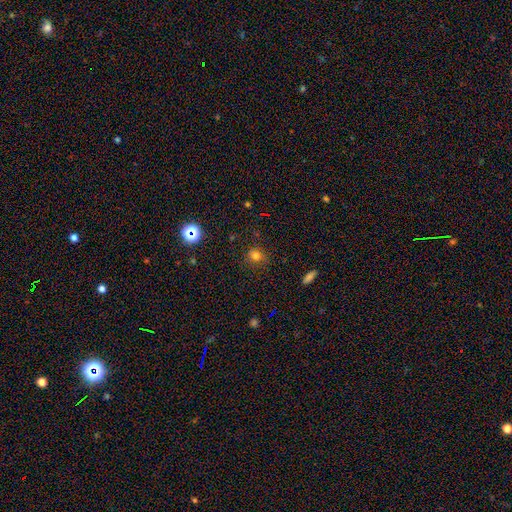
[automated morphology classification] Smooth or featured: smooth — 75% (star or artifact — 18%)
How rounded: round — 83% (in between — 16%)
Merging: none — 83% (minor disturbance — 11%)